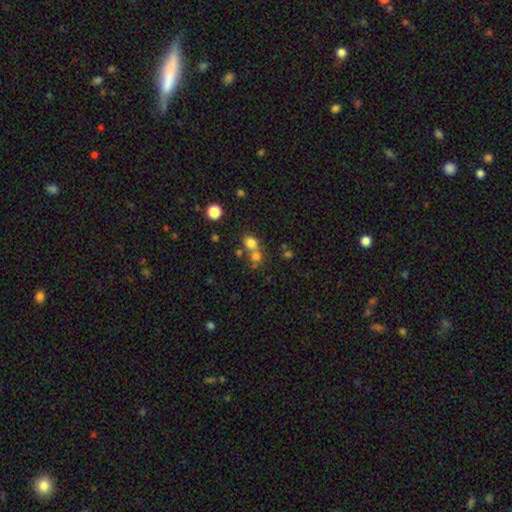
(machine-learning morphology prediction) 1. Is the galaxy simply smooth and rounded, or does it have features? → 54% smooth, 32% star or artifact, 15% featured or disk.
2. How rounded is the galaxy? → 72% round, 25% in between, 3% cigar-shaped.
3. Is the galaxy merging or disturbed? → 45% none, 41% merger, 8% minor disturbance, 5% major disturbance.